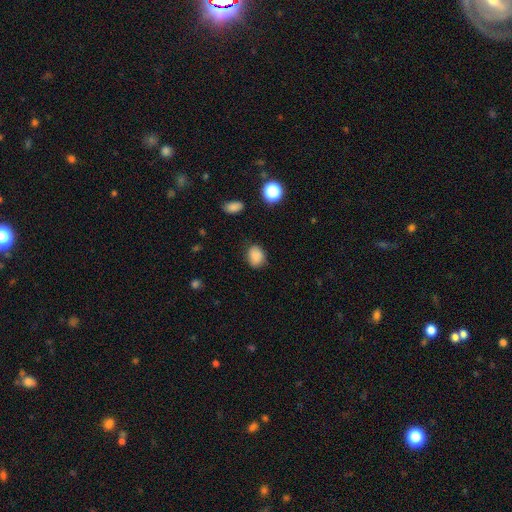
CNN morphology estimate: type=smooth (87%); roundness=in between (60%); merging=none (80%).